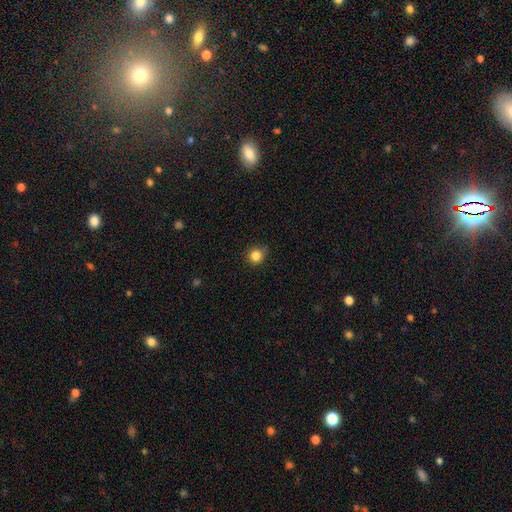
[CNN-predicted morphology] The model was most divided on "merging": none: 82%, minor disturbance: 15%, major disturbance: 3%, merger: 1%. More confident: how rounded — round (89%); smooth or featured — smooth (85%).